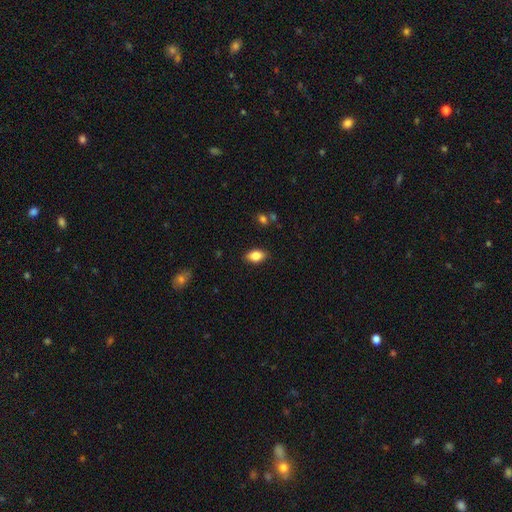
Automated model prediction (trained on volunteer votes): smooth_or_featured: smooth (p=0.83) [alt: featured or disk p=0.09]
how_rounded: in between (p=0.88) [alt: round p=0.08]
merging: none (p=0.86) [alt: minor disturbance p=0.11]